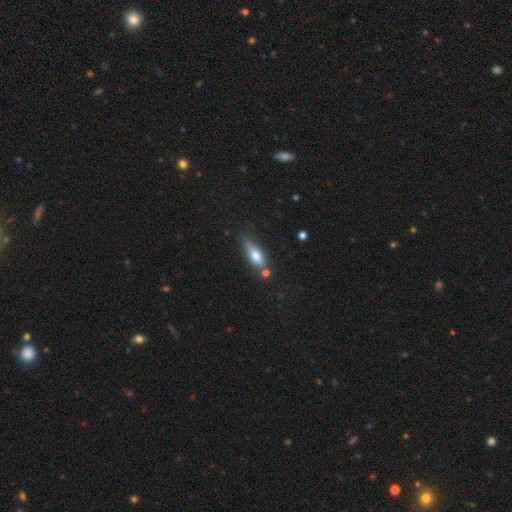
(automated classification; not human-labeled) smooth_or_featured: smooth (p=0.58) [alt: featured or disk p=0.35]
how_rounded: cigar-shaped (p=0.52) [alt: in between p=0.45]
merging: none (p=0.60) [alt: minor disturbance p=0.22]